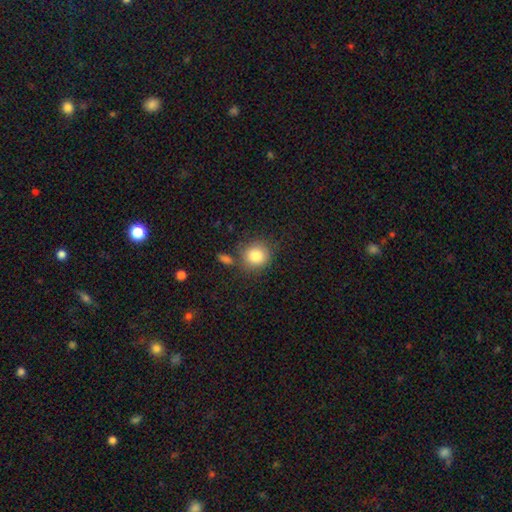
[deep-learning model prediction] Smooth or featured: smooth — 84% (star or artifact — 9%)
How rounded: round — 86% (in between — 13%)
Merging: none — 74% (minor disturbance — 13%)